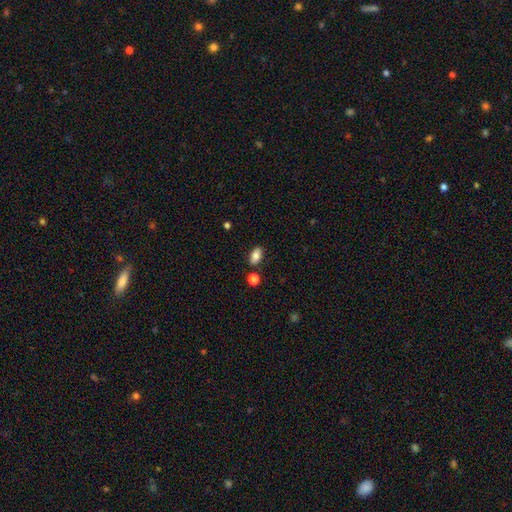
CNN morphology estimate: Q: Smooth or featured?
A: smooth (82%); runner-up: featured or disk (9%)
Q: How rounded?
A: in between (90%); runner-up: round (7%)
Q: Merging?
A: none (82%); runner-up: minor disturbance (10%)